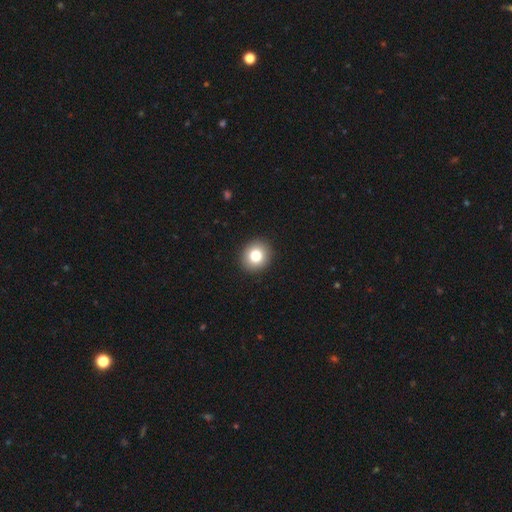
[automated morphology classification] type=smooth (81%); roundness=round (81%); merging=none (92%).